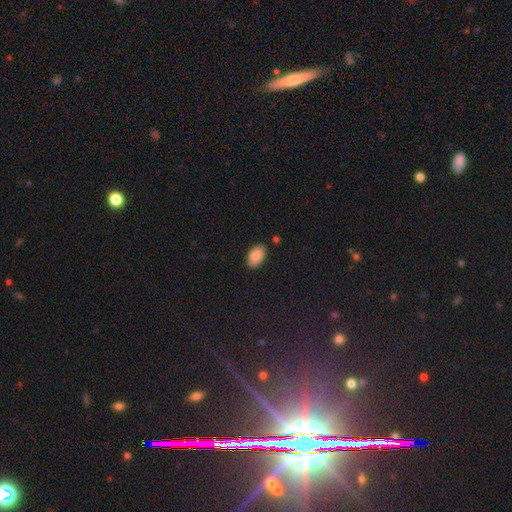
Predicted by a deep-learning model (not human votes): Smooth or featured? Predicted: smooth (p=0.89). How rounded? Predicted: in between (p=0.94). Merging? Predicted: none (p=0.82).